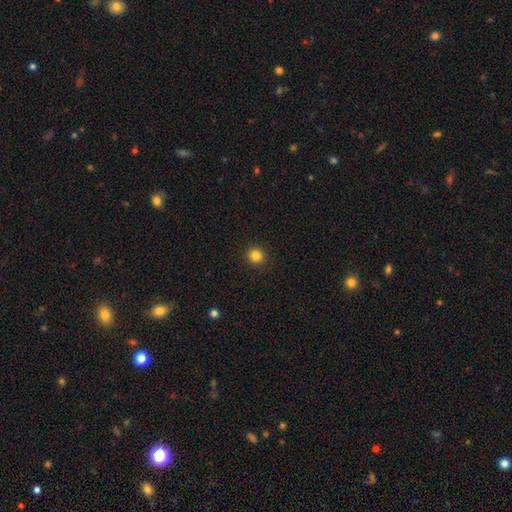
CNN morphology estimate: Overall: smooth (84%). How rounded: round (93%). Merging: none (93%).